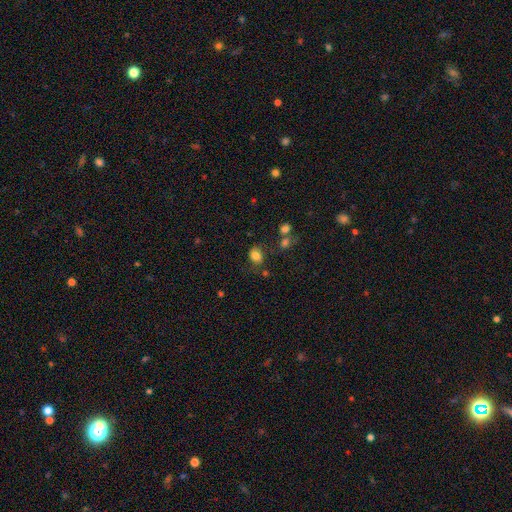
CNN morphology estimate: A smooth galaxy with no disk features (80%) that is in between round and cigar-shaped (58%).

Vote fractions:
- Smooth or featured? smooth: 80% / star or artifact: 11% / featured or disk: 8%
- How rounded? in between: 58% / round: 41% / cigar-shaped: 1%
- Merging? none: 63% / minor disturbance: 21% / major disturbance: 8% / merger: 8%